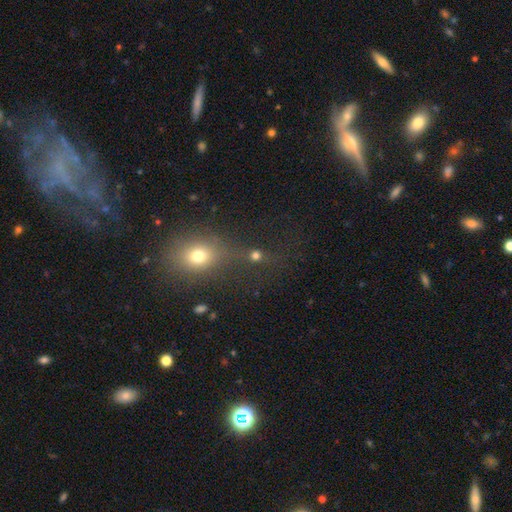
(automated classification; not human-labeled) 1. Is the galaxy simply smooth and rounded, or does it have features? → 66% smooth, 26% star or artifact, 8% featured or disk.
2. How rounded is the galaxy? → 87% round, 11% in between, 2% cigar-shaped.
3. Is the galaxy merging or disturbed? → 63% none, 22% merger, 8% minor disturbance, 7% major disturbance.